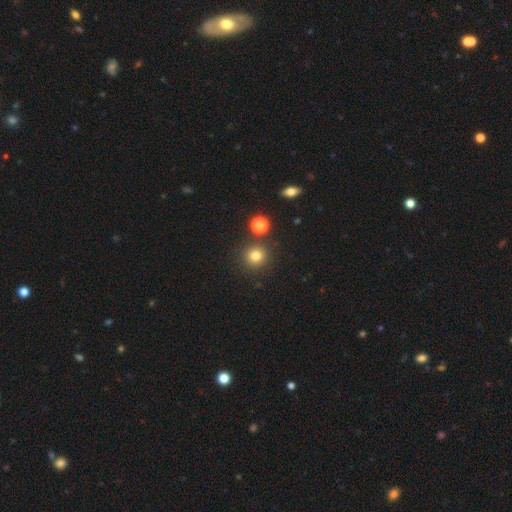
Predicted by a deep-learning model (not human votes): The model was most divided on "smooth or featured": smooth: 79%, star or artifact: 15%, featured or disk: 6%. More confident: how rounded — round (93%); merging — none (84%).